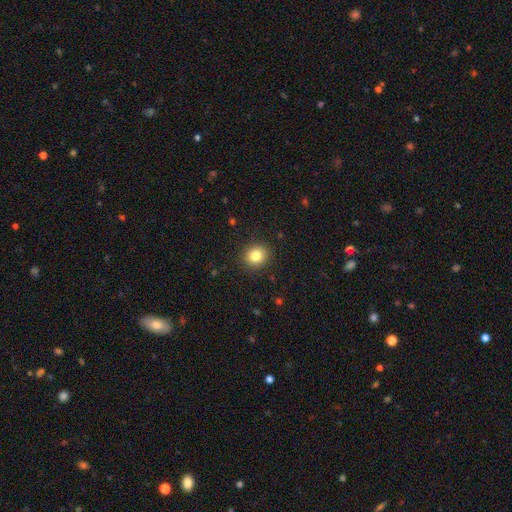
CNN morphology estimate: The model was most divided on "how rounded": round: 78%, in between: 21%, cigar-shaped: 1%. More confident: merging — none (90%); smooth or featured — smooth (82%).